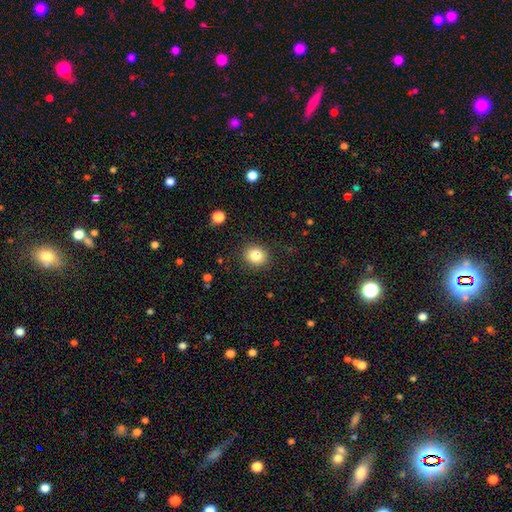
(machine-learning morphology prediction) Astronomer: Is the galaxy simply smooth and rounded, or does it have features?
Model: smooth — 83%.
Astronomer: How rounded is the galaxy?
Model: round — 77%.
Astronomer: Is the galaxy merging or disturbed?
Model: none — 89%.